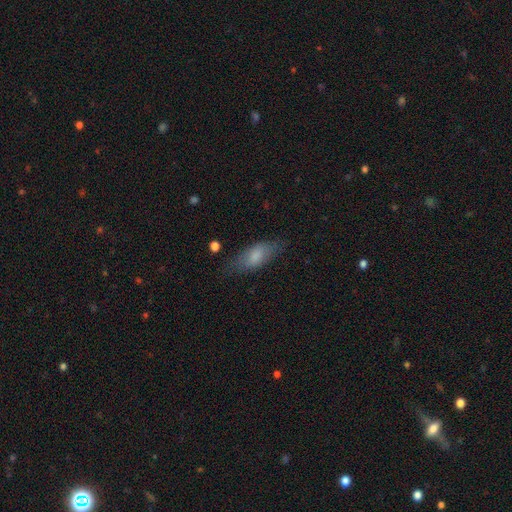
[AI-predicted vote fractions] Smooth or featured? smooth (73%)
How rounded? in between (74%)
Merging? none (72%)